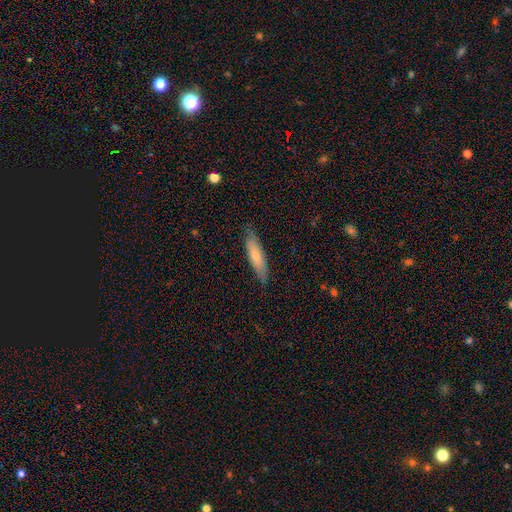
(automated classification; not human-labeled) Smooth or featured? smooth (72%)
How rounded? cigar-shaped (73%)
Merging? none (81%)